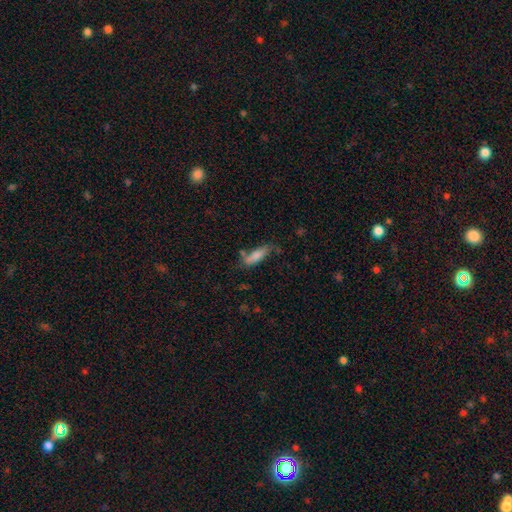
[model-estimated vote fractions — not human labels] smooth 75%, featured or disk 18%, star or artifact 7%. Down the decision tree: how rounded — cigar-shaped (53%); merging — none (55%).